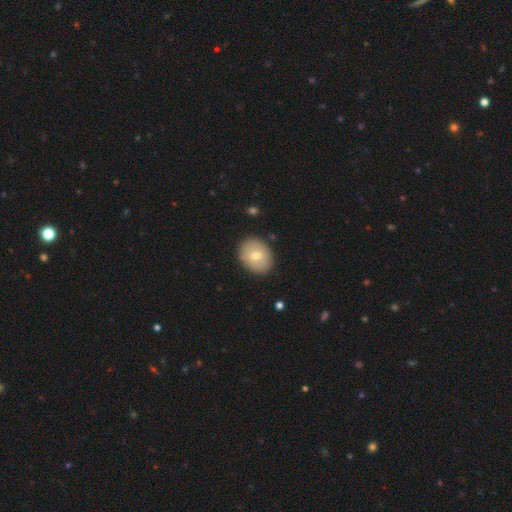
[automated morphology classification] Smooth or featured: smooth — 68% (featured or disk — 24%)
How rounded: in between — 53% (round — 46%)
Merging: none — 86% (minor disturbance — 10%)